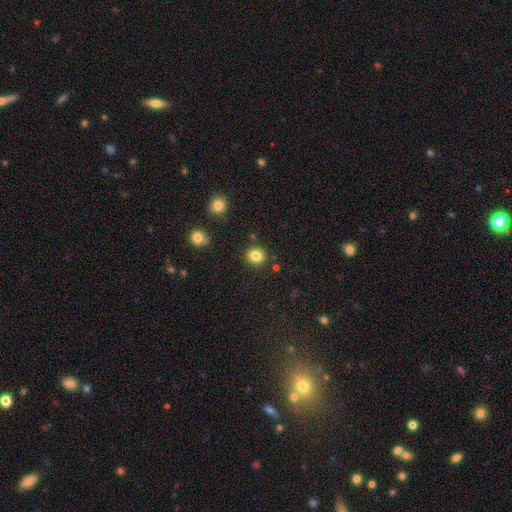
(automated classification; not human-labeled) Smooth or featured? smooth (84%)
How rounded? round (86%)
Merging? none (88%)